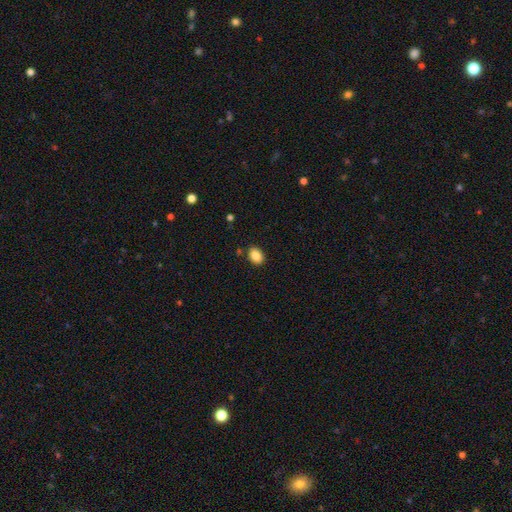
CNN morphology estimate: The model was most divided on "how rounded": in between: 78%, round: 21%, cigar-shaped: 1%. More confident: smooth or featured — smooth (88%); merging — none (86%).